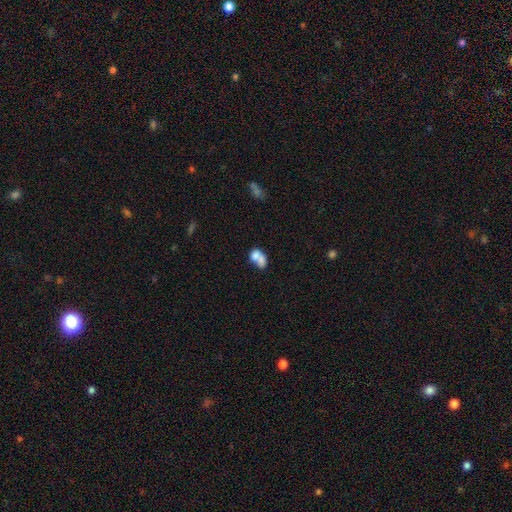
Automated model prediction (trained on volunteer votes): Q: Smooth or featured?
A: smooth (69%); runner-up: featured or disk (22%)
Q: How rounded?
A: in between (72%); runner-up: round (26%)
Q: Merging?
A: merger (65%); runner-up: none (18%)